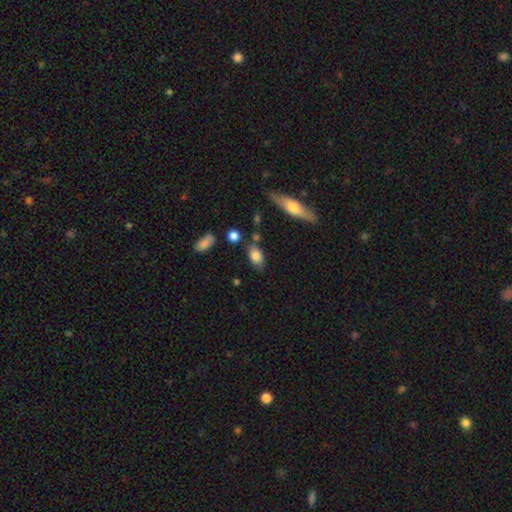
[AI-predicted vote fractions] This appears to be a smooth galaxy with no disk features (81%) that is in between round and cigar-shaped (86%). Merging: none (69%).